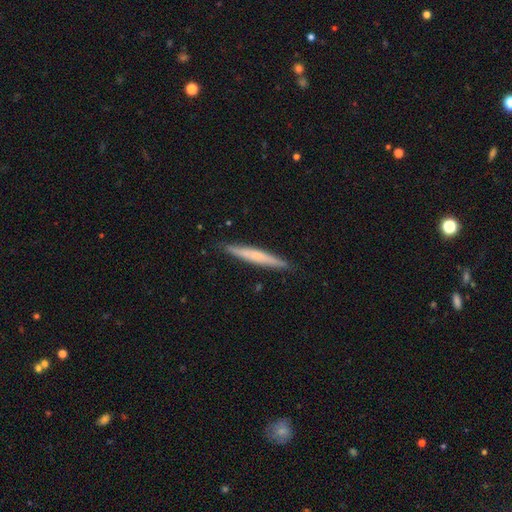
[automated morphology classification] This appears to be a smooth galaxy with no disk features (54%) that is cigar-shaped (96%). Merging: none (89%).